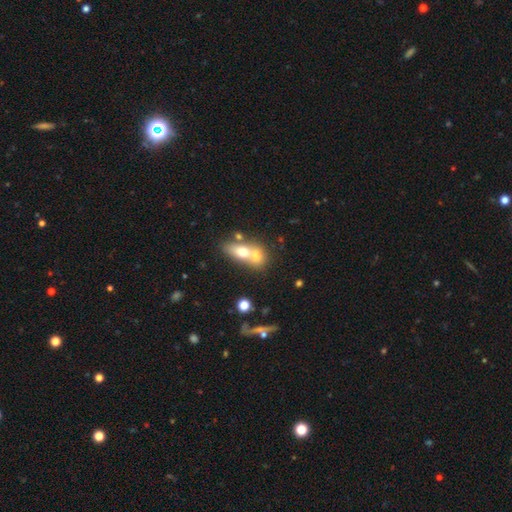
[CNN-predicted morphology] Q: Smooth or featured?
A: smooth (65%); runner-up: featured or disk (26%)
Q: How rounded?
A: in between (63%); runner-up: round (27%)
Q: Merging?
A: merger (68%); runner-up: none (21%)